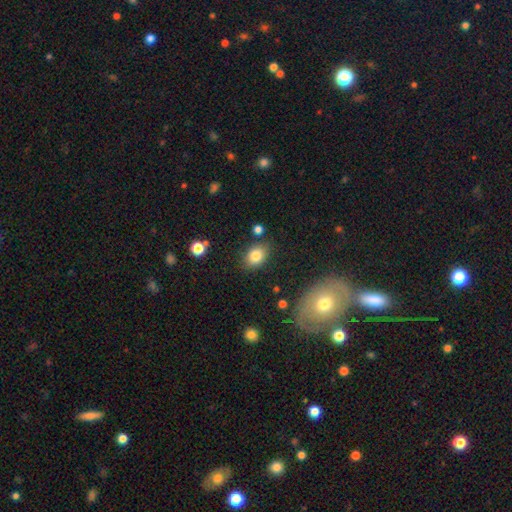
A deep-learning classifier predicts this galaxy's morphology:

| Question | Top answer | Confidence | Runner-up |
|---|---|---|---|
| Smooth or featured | smooth | 82% | star or artifact (10%) |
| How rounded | in between | 70% | round (28%) |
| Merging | none | 81% | minor disturbance (12%) |